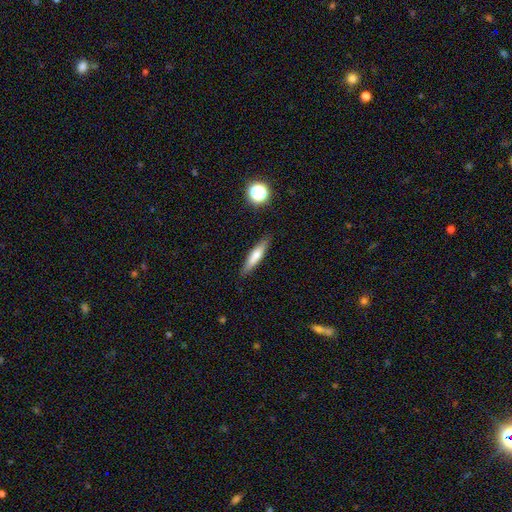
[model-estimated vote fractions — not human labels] smooth 65%, featured or disk 27%, star or artifact 8%. Down the decision tree: how rounded — cigar-shaped (82%); merging — none (87%).